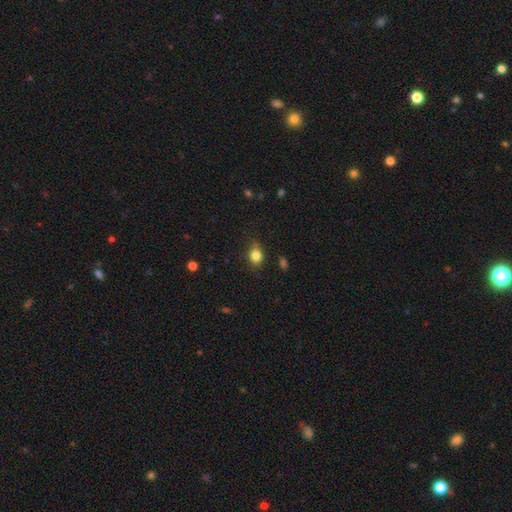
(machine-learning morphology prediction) Q: Smooth or featured?
A: smooth (82%); runner-up: star or artifact (11%)
Q: How rounded?
A: round (58%); runner-up: in between (41%)
Q: Merging?
A: none (64%); runner-up: minor disturbance (27%)